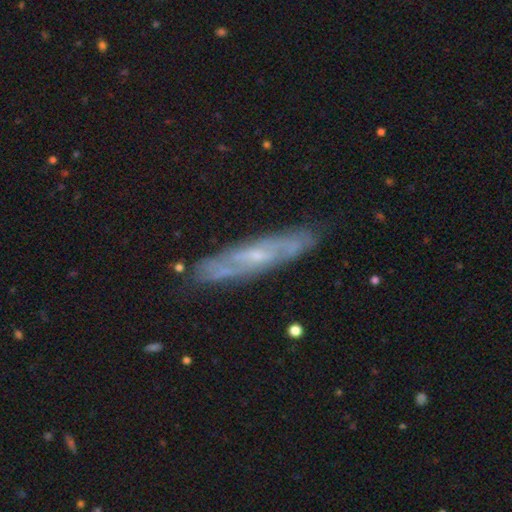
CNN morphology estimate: Smooth or featured: featured or disk — 73% (smooth — 19%)
Edge-on disk: no — 54% (yes — 46%)
Merging: none — 83% (minor disturbance — 13%)